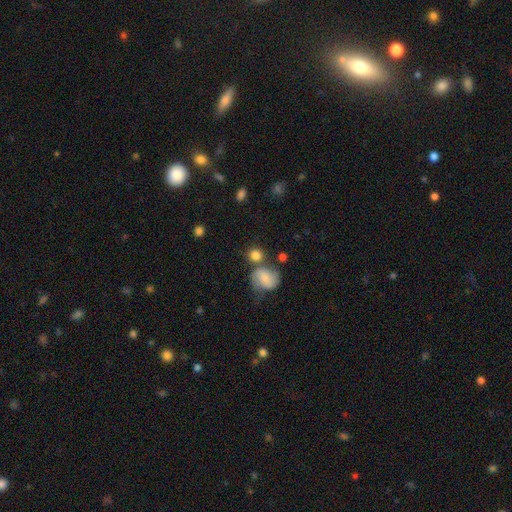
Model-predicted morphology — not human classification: type=smooth (76%); roundness=round (80%); merging=none (56%).